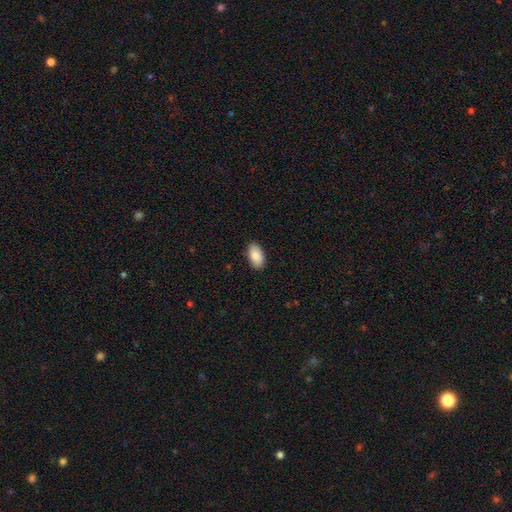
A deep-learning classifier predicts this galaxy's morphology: This appears to be a smooth galaxy with no disk features (88%) that is in between round and cigar-shaped (95%). Merging: none (88%).